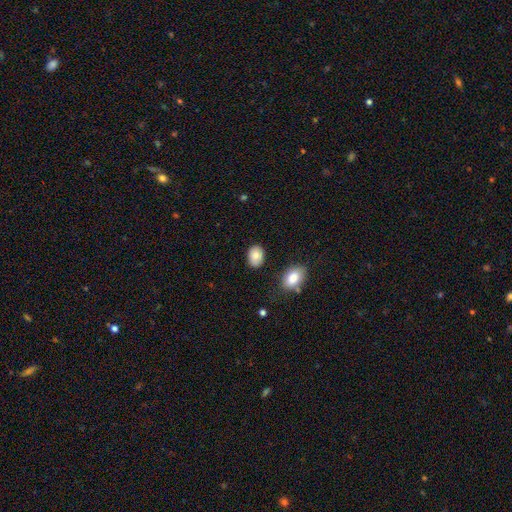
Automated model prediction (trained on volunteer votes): smooth 84%, featured or disk 8%, star or artifact 8%. Down the decision tree: how rounded — in between (74%); merging — none (82%).